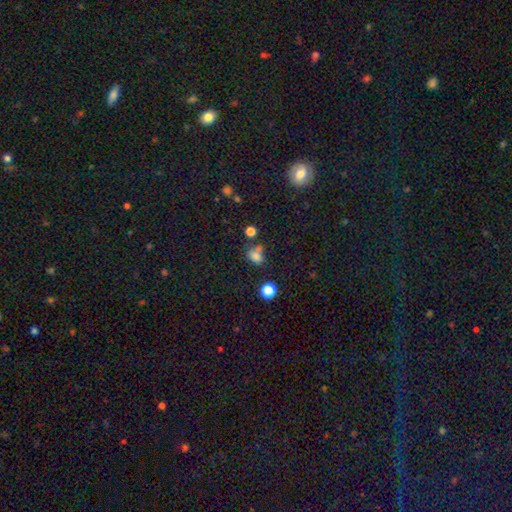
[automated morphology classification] A smooth galaxy with no disk features (74%) that is in between round and cigar-shaped (61%).

Vote fractions:
- Smooth or featured? smooth: 74% / star or artifact: 17% / featured or disk: 9%
- How rounded? in between: 61% / round: 37% / cigar-shaped: 2%
- Merging? none: 47% / merger: 27% / minor disturbance: 18% / major disturbance: 9%